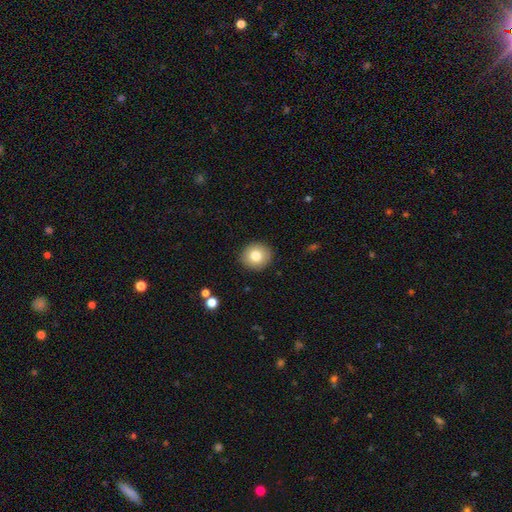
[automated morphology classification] Smooth or featured? Predicted: smooth (p=0.79). How rounded? Predicted: round (p=0.88). Merging? Predicted: none (p=0.91).